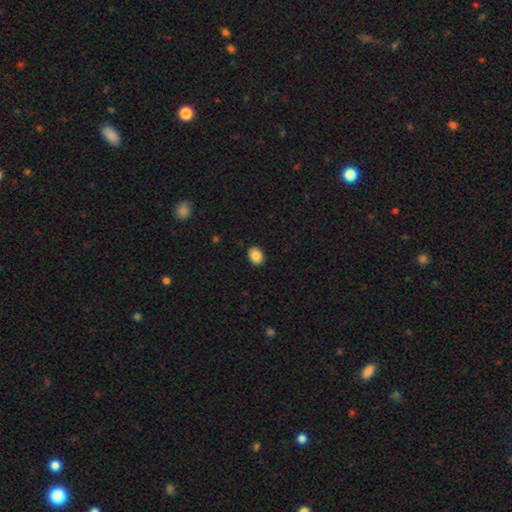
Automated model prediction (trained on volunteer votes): This is clearly a smooth galaxy (87%). How rounded: likely in between (71%). Merging: clearly none (89%).